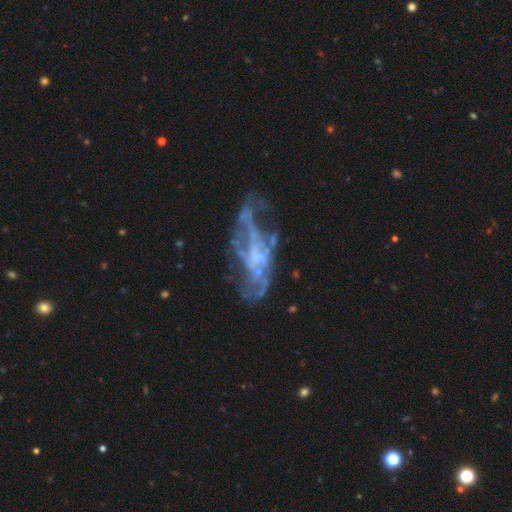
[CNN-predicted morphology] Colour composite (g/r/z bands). It shows a featured or disk galaxy (75%) with no bar (72%), no spiral arms (59%) and no central bulge (64%). Merging: major disturbance (38%).